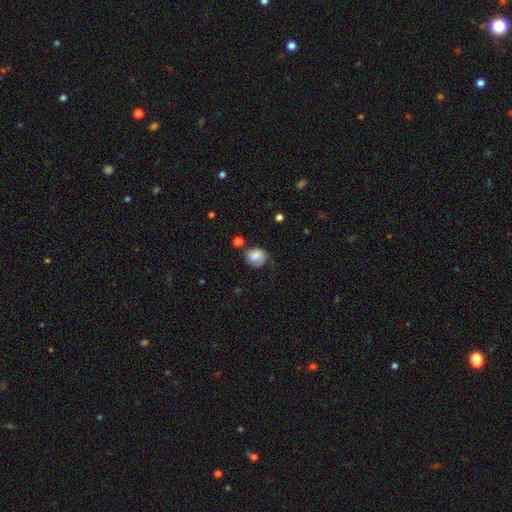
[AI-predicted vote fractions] Overall: smooth (51%; featured or disk 40%). How rounded: round (63%; in between 36%). Merging: none (48%; minor disturbance 29%).